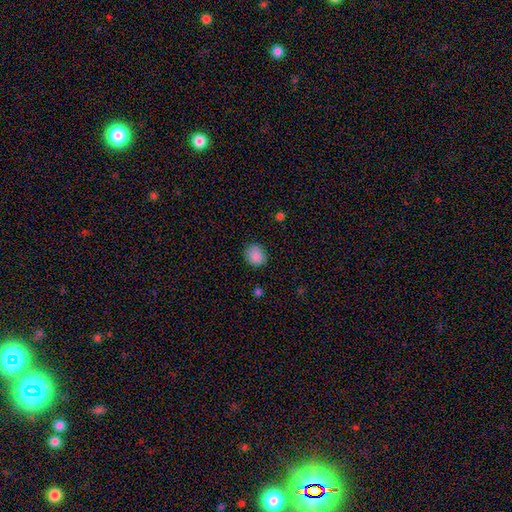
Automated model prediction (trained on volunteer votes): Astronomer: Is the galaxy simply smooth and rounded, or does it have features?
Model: smooth — 88%.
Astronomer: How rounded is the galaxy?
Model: round — 67%.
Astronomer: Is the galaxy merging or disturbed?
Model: none — 84%.